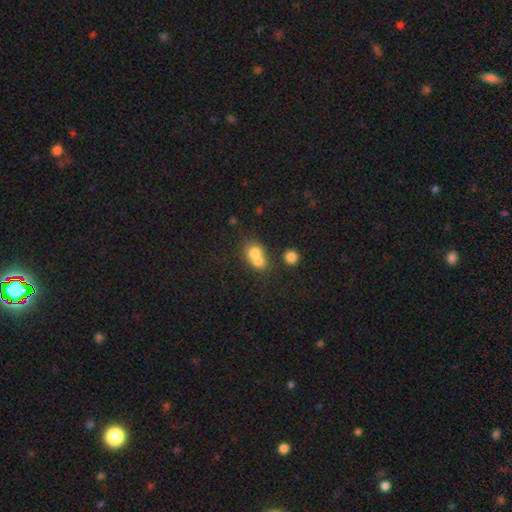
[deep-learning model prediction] The model was most divided on "how rounded": round: 67%, in between: 32%, cigar-shaped: 1%. More confident: smooth or featured — smooth (72%); merging — merger (67%).